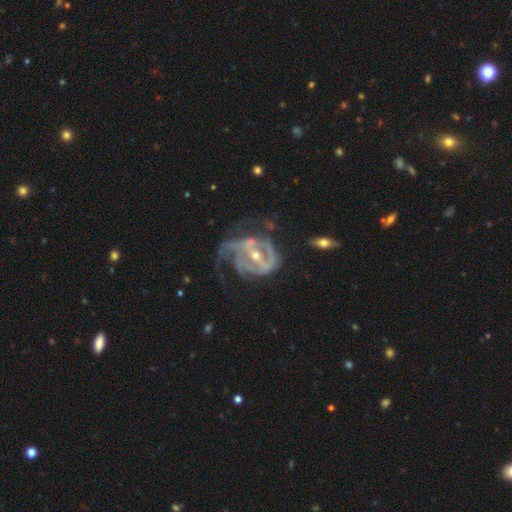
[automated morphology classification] The model was most divided on "bar": weak: 38%, strong: 34%, no: 27%. Remaining: edge-on disk — no (97%); smooth or featured — featured or disk (87%); spiral arms — yes (86%); bulge size — moderate (52%); merging — major disturbance (46%); spiral winding — medium (40%); spiral arm count — 2 (34%).